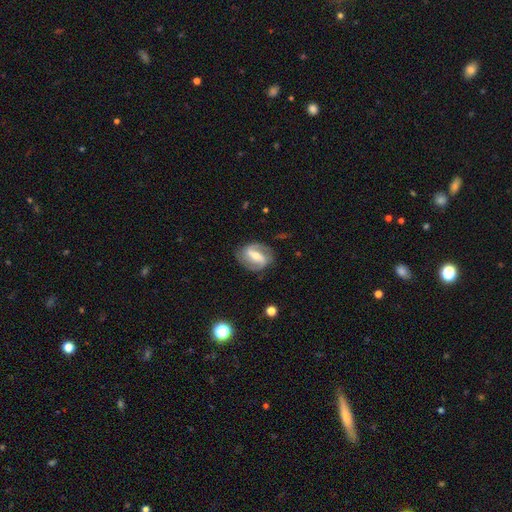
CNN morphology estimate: The model was most divided on "bulge size": moderate: 52%, small: 41%, large: 4%, none: 2%, dominant: 1%. Remaining: edge-on disk — no (95%); spiral arms — yes (88%); spiral arm count — 2 (88%); smooth or featured — featured or disk (81%); merging — none (80%); bar — strong (62%); spiral winding — medium (44%).